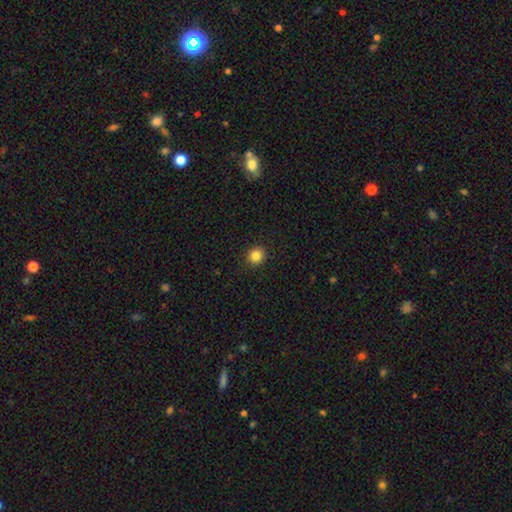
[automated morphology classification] This appears to be a smooth galaxy with no disk features (85%) that is round (91%). Merging: none (92%).